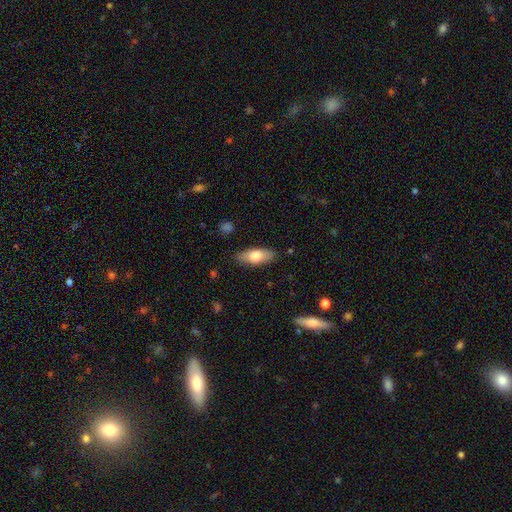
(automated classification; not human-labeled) smooth-or-featured: smooth: 73% | featured or disk: 22% | star or artifact: 6%
  how-rounded: in between: 78% | cigar-shaped: 20% | round: 3%
  merging: none: 86% | minor disturbance: 11% | major disturbance: 3% | merger: 1%